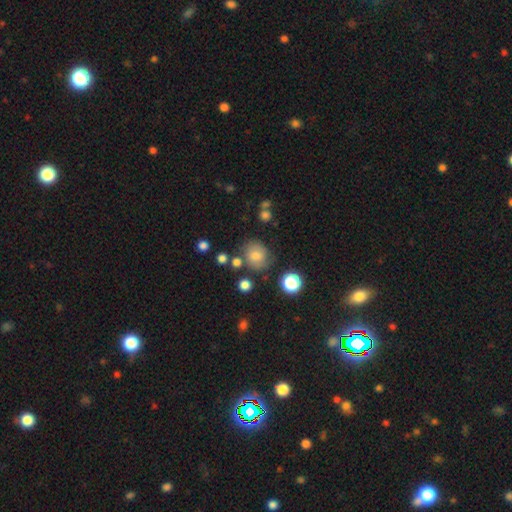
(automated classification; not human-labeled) smooth-or-featured: smooth: 67% | featured or disk: 20% | star or artifact: 12%
  how-rounded: round: 77% | in between: 22% | cigar-shaped: 1%
  merging: none: 70% | minor disturbance: 17% | major disturbance: 7% | merger: 6%